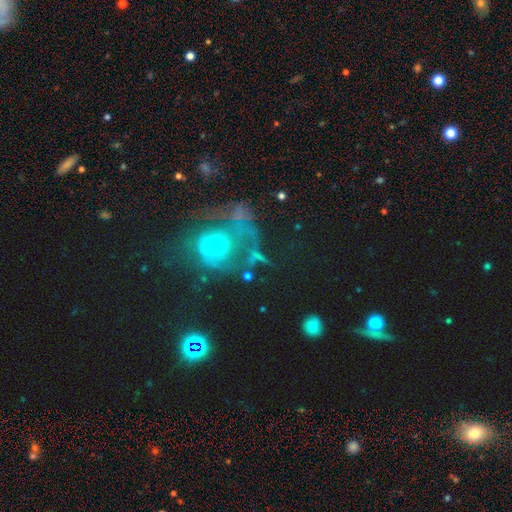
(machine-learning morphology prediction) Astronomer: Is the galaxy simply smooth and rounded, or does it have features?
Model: featured or disk — 41% (runner-up: smooth, 34%).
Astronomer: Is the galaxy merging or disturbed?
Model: none — 38% (runner-up: major disturbance, 27%).